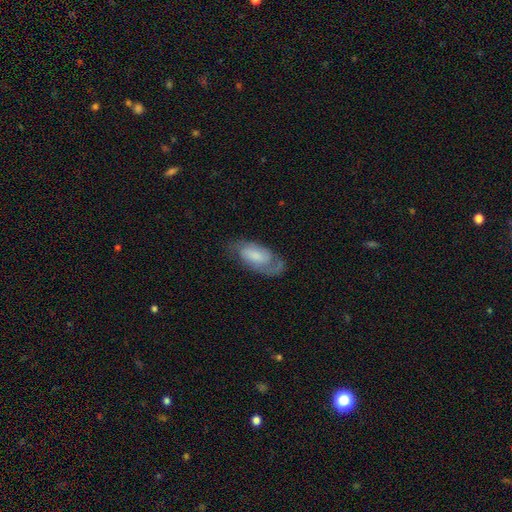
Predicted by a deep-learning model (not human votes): Smooth or featured: featured or disk — 60% (smooth — 33%)
Edge-on disk: no — 94% (yes — 6%)
Bar: no — 61% (weak — 32%)
Spiral arms: yes — 87% (no — 13%)
Bulge size: small — 34% (moderate — 30%)
Merging: none — 61% (minor disturbance — 22%)